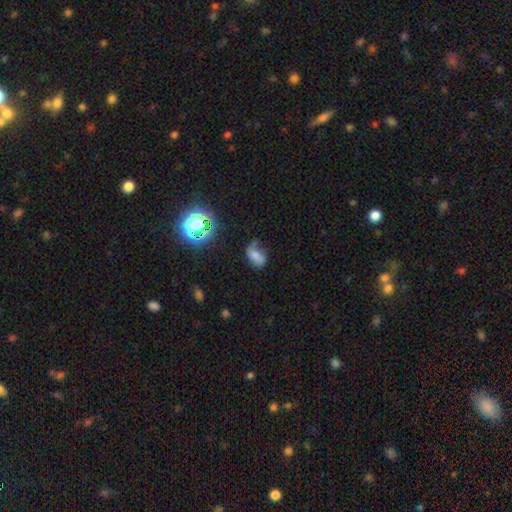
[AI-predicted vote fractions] Smooth or featured? smooth (53%)
How rounded? in between (81%)
Merging? none (37%)